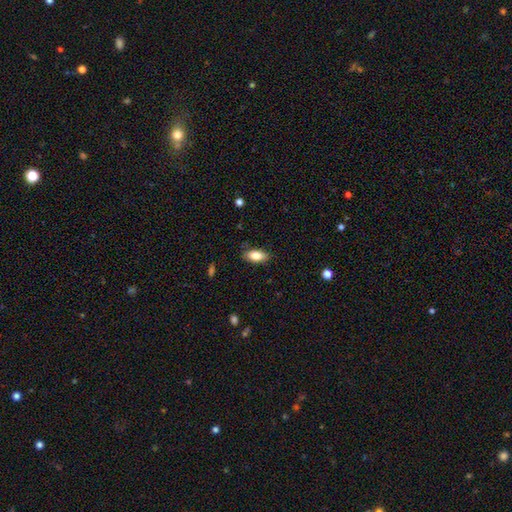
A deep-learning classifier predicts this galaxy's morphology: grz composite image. It shows a smooth galaxy with no disk features (82%) that is in between round and cigar-shaped (87%). Merging: none (85%).